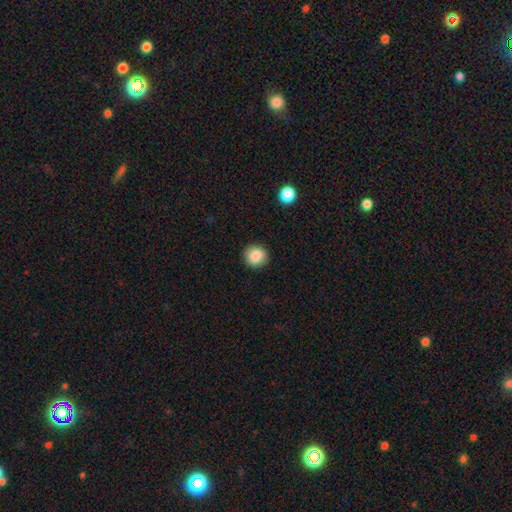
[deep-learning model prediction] Q: Smooth or featured?
A: smooth (86%); runner-up: star or artifact (9%)
Q: How rounded?
A: round (89%); runner-up: in between (10%)
Q: Merging?
A: none (91%); runner-up: minor disturbance (6%)